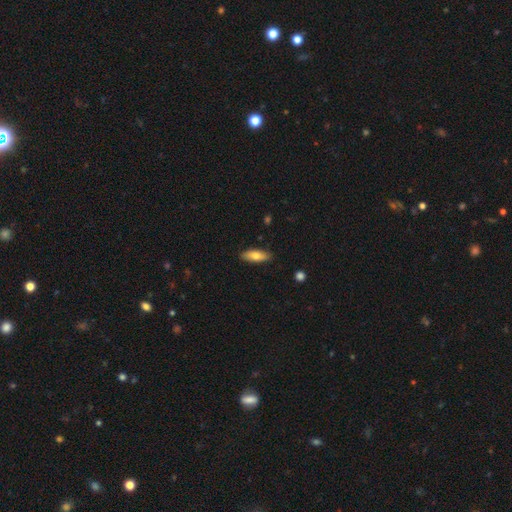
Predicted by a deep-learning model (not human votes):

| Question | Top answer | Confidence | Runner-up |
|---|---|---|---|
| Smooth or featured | smooth | 74% | featured or disk (20%) |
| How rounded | in between | 66% | cigar-shaped (32%) |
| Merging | none | 88% | minor disturbance (9%) |